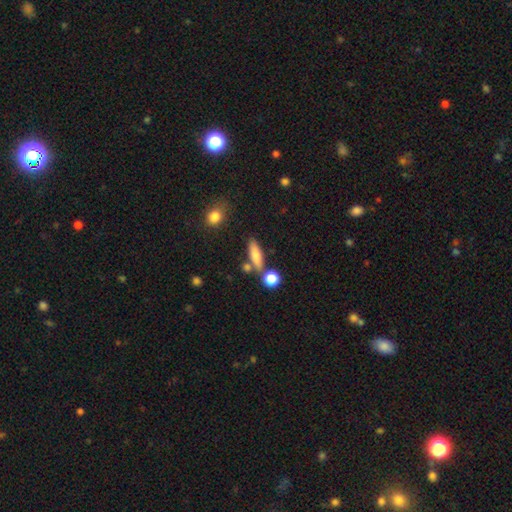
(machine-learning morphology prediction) Overall: smooth (75%). How rounded: cigar-shaped (49%; in between 45%). Merging: none (69%).